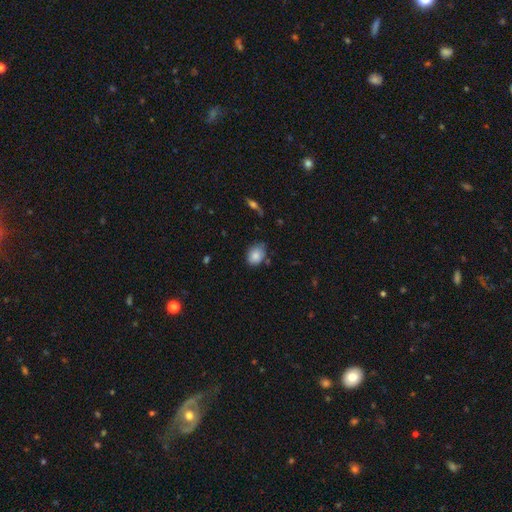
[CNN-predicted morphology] A smooth galaxy with no disk features (83%) that is in between round and cigar-shaped (64%). Merging: none (67%).